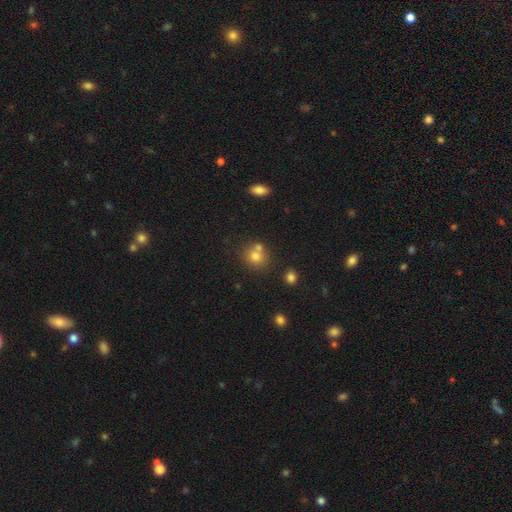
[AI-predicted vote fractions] Smooth or featured: smooth — 75% (star or artifact — 13%)
How rounded: round — 81% (in between — 18%)
Merging: none — 54% (merger — 33%)